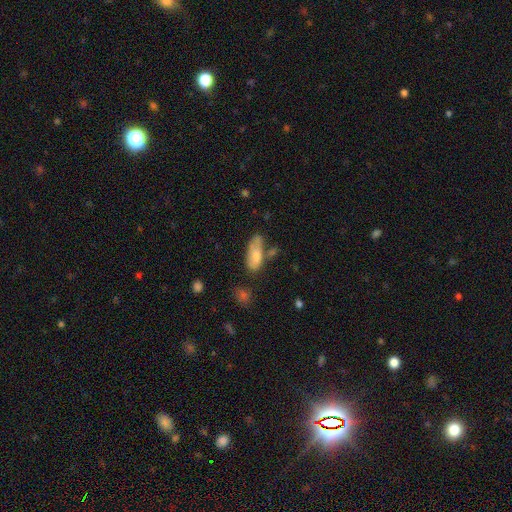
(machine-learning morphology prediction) A smooth galaxy with no disk features (74%) that is in between round and cigar-shaped (80%).

Vote fractions:
- Smooth or featured? smooth: 74% / featured or disk: 19% / star or artifact: 7%
- How rounded? in between: 80% / cigar-shaped: 18% / round: 3%
- Merging? none: 40% / minor disturbance: 30% / merger: 15% / major disturbance: 15%